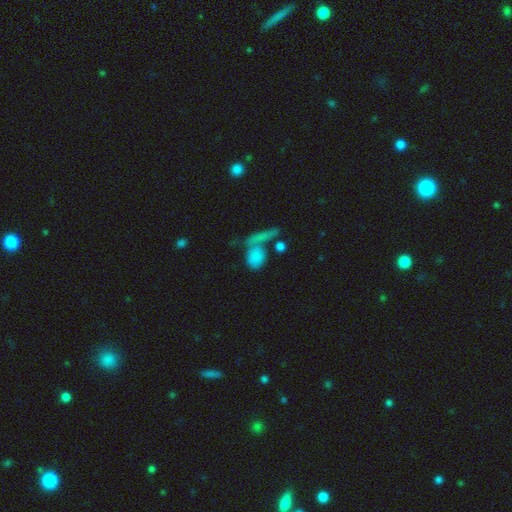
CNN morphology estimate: smooth-or-featured: smooth: 76% | featured or disk: 14% | star or artifact: 11%
  how-rounded: in between: 53% | round: 40% | cigar-shaped: 7%
  merging: none: 40% | merger: 32% | minor disturbance: 15% | major disturbance: 13%